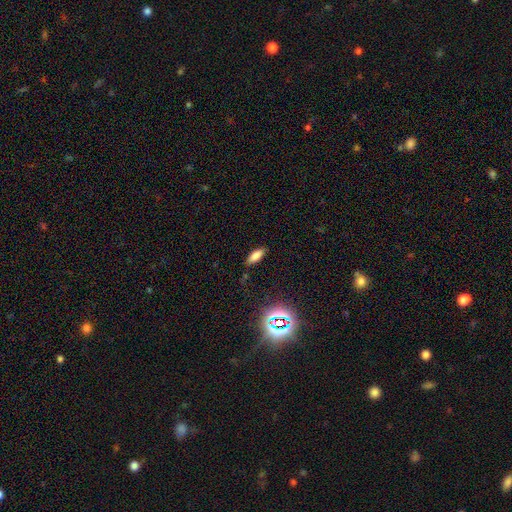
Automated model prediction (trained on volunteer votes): Morphology: type=smooth (76%); roundness=in between (73%); merging=none (83%).